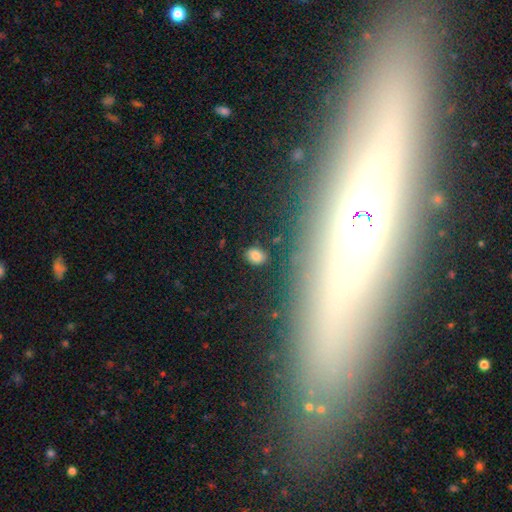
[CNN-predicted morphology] This appears to be a smooth galaxy with no disk features (80%) that is in between round and cigar-shaped (66%). Merging: none (83%).